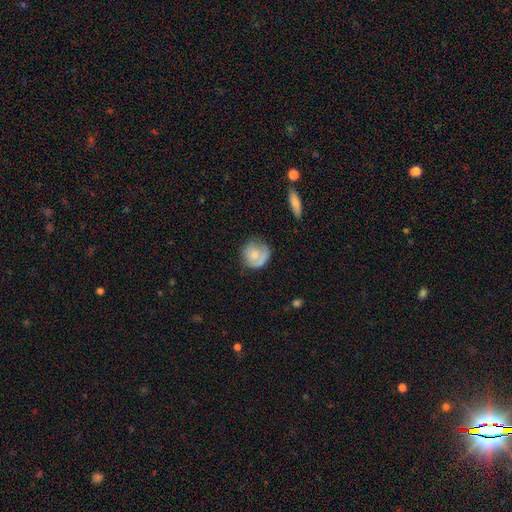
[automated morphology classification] This is likely a smooth galaxy (62%). How rounded: clearly round (85%). Merging: possibly none (59%).